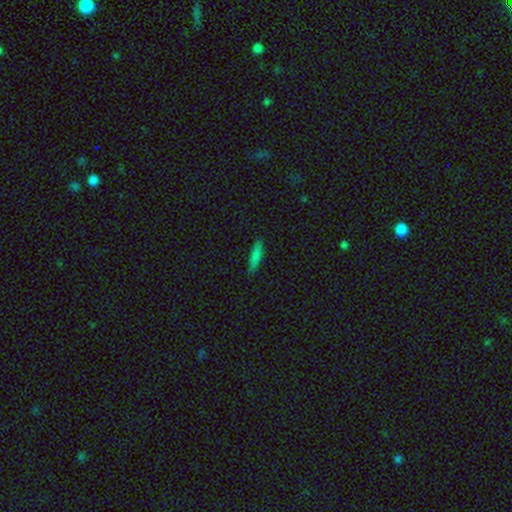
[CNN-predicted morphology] The model was most divided on "how rounded": cigar-shaped: 80%, in between: 18%, round: 2%. More confident: merging — none (86%); smooth or featured — smooth (81%).